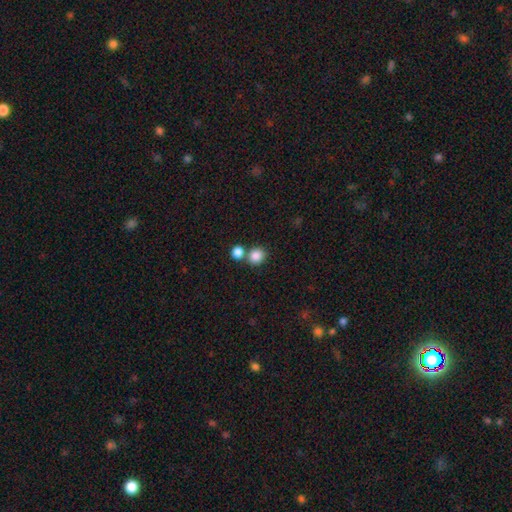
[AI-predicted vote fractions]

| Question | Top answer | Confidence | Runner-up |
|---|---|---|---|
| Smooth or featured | smooth | 85% | star or artifact (10%) |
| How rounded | round | 82% | in between (17%) |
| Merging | none | 61% | merger (29%) |